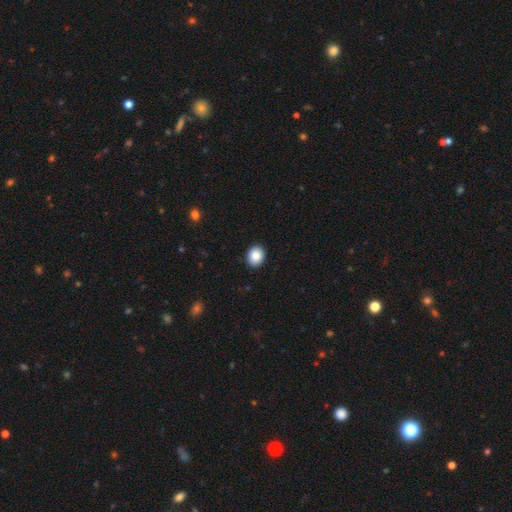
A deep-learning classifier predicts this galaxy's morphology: The model was most divided on "how rounded": round: 55%, in between: 44%, cigar-shaped: 1%. More confident: merging — none (92%); smooth or featured — smooth (86%).